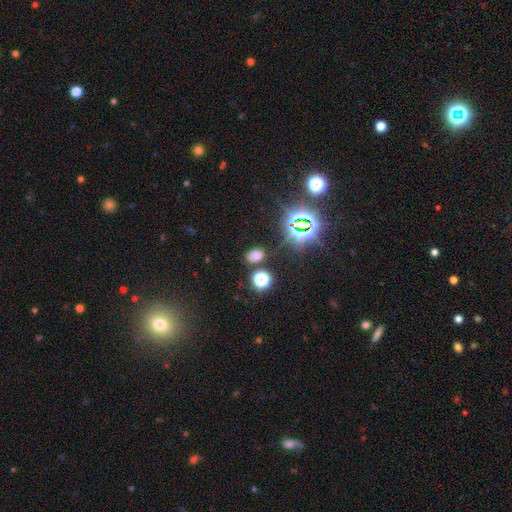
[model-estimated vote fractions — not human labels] Morphology: type=smooth (62%); roundness=in between (76%); merging=none (80%).